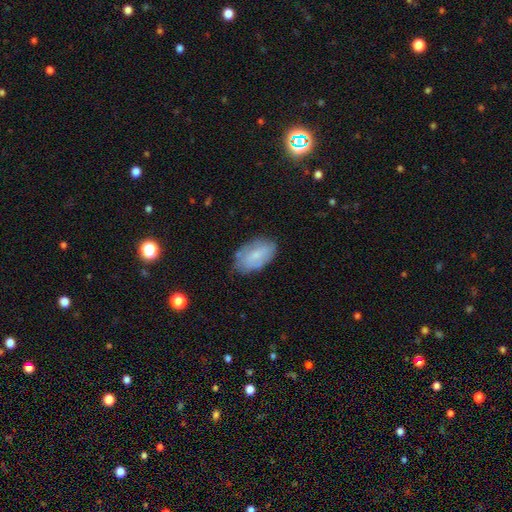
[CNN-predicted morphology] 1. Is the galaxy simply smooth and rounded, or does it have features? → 66% smooth, 27% featured or disk, 7% star or artifact.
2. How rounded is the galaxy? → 93% in between, 5% round, 2% cigar-shaped.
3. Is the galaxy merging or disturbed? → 69% none, 24% minor disturbance, 6% major disturbance, 2% merger.